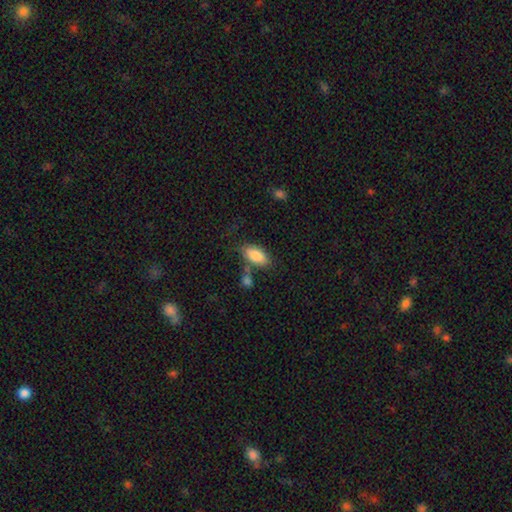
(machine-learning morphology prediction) type=smooth (84%); roundness=in between (91%); merging=none (63%).